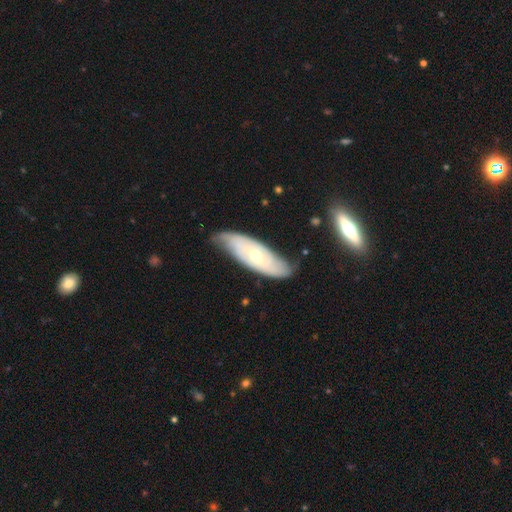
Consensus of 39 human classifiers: Q: Smooth or featured?
A: featured or disk (74%); runner-up: smooth (23%)
Q: Edge-on disk?
A: no (83%); runner-up: yes (17%)
Q: Bar?
A: no (54%); runner-up: weak (42%)
Q: Spiral arms?
A: yes (71%); runner-up: no (29%)
Q: Spiral winding?
A: tight (47%); runner-up: loose (29%)
Q: Spiral arm count?
A: 2 (53%); runner-up: can't tell (41%)
Q: Bulge size?
A: small (62%); runner-up: moderate (38%)
Q: Merging?
A: none (55%); runner-up: minor disturbance (42%)